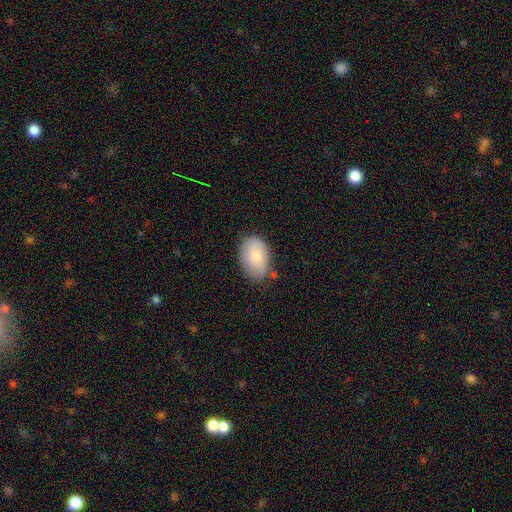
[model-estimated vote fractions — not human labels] Q: Smooth or featured?
A: smooth (81%); runner-up: featured or disk (13%)
Q: How rounded?
A: in between (89%); runner-up: round (10%)
Q: Merging?
A: none (73%); runner-up: minor disturbance (20%)